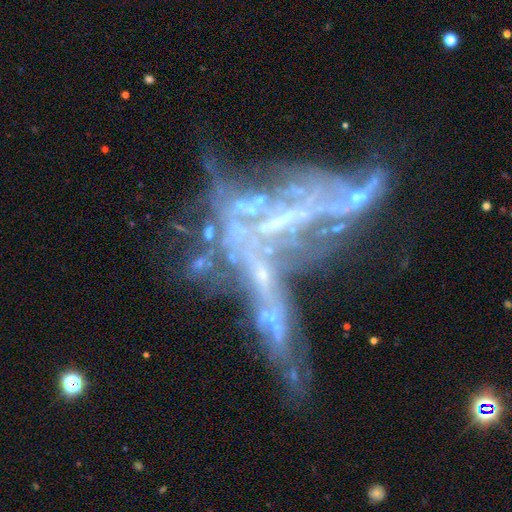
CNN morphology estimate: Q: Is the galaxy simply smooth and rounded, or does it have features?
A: featured or disk — 66%.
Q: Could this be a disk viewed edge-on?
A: no — 73%.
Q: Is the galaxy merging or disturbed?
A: merger — 52%.